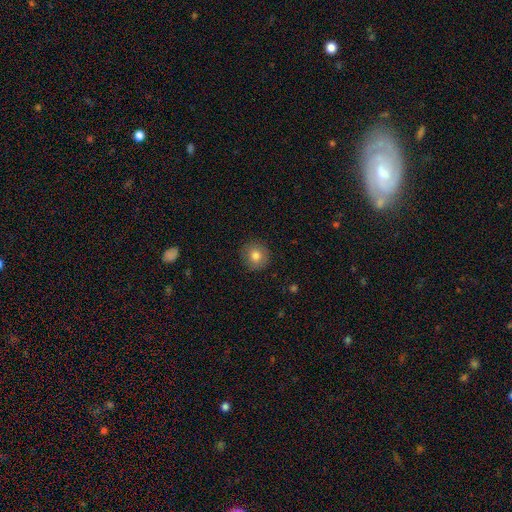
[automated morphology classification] Smooth or featured: smooth — 80% (star or artifact — 10%)
How rounded: round — 93% (in between — 6%)
Merging: none — 90% (minor disturbance — 7%)